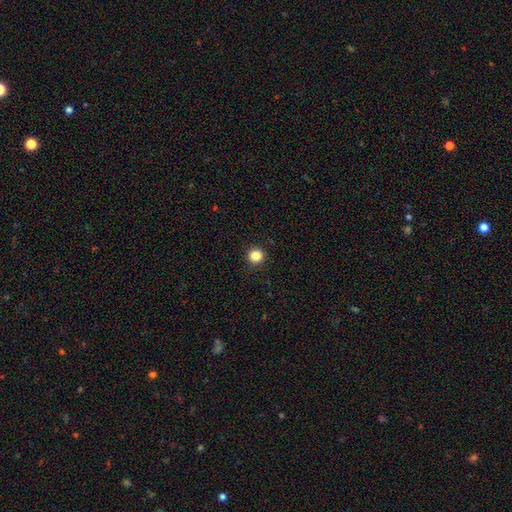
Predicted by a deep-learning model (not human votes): Smooth or featured?
  - smooth: 85% *
  - star or artifact: 12%
  - featured or disk: 4%
How rounded?
  - round: 96% *
  - in between: 4%
  - cigar-shaped: 1%
Merging?
  - none: 93% *
  - minor disturbance: 4%
  - major disturbance: 2%
  - merger: 1%